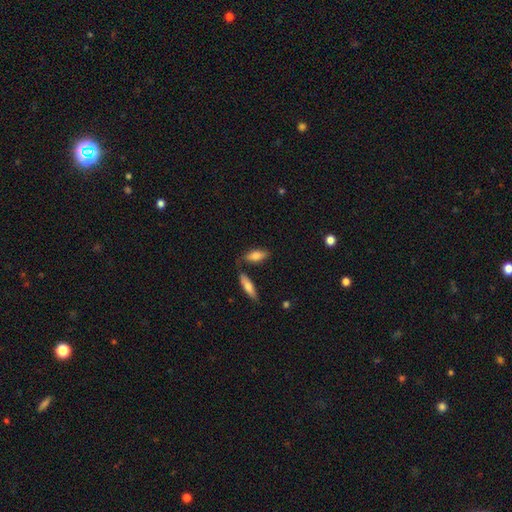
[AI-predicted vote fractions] A smooth galaxy with no disk features (77%) that is in between round and cigar-shaped (72%).

Vote fractions:
- Smooth or featured? smooth: 77% / featured or disk: 16% / star or artifact: 7%
- How rounded? in between: 72% / cigar-shaped: 26% / round: 3%
- Merging? none: 67% / minor disturbance: 17% / merger: 11% / major disturbance: 4%